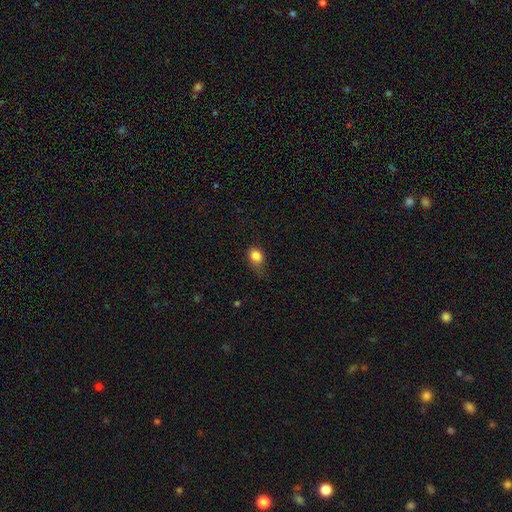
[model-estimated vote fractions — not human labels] A smooth galaxy with no disk features (84%) that is in between round and cigar-shaped (59%).

Vote fractions:
- Smooth or featured? smooth: 84% / star or artifact: 10% / featured or disk: 6%
- How rounded? in between: 59% / round: 39% / cigar-shaped: 2%
- Merging? none: 48% / minor disturbance: 36% / major disturbance: 14% / merger: 2%